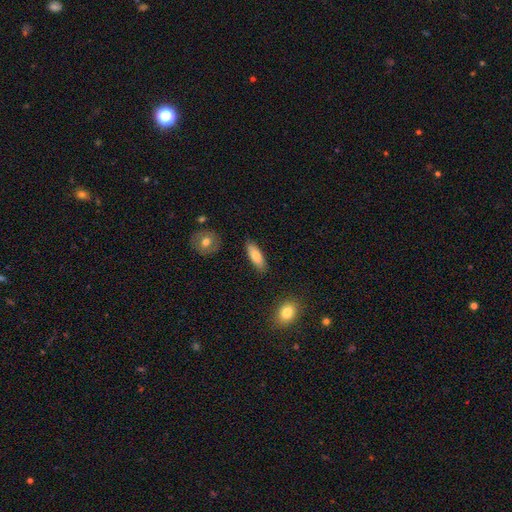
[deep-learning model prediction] Morphology: type=smooth (77%); roundness=in between (60%); merging=none (86%).